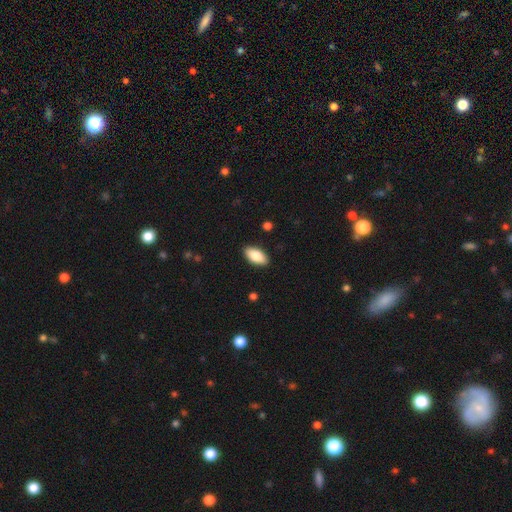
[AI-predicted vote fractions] This appears to be a smooth galaxy with no disk features (85%) that is in between round and cigar-shaped (93%). Merging: none (89%).